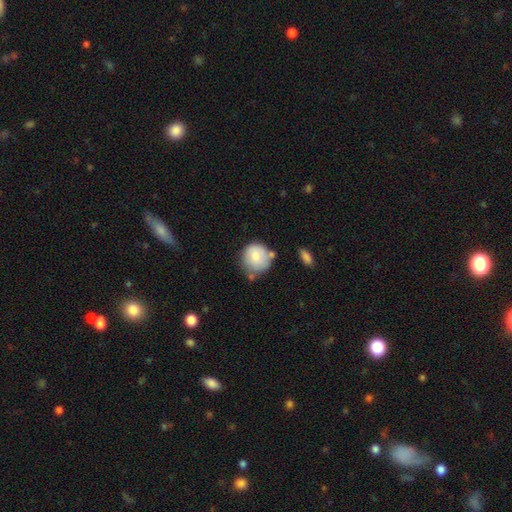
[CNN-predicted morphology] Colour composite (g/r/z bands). It shows a smooth galaxy with no disk features (73%) that is round (89%). Merging: none (56%).